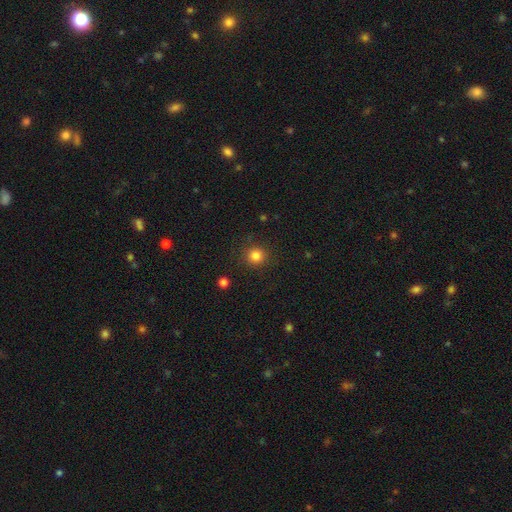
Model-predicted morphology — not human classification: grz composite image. It shows a smooth galaxy with no disk features (83%) that is round (93%). Merging: none (90%).